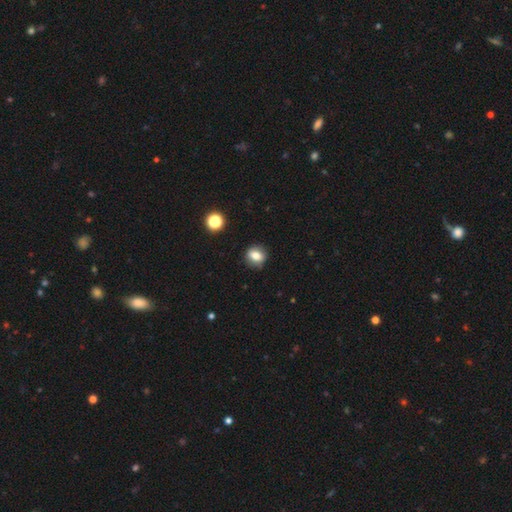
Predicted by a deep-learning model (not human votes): This appears to be a smooth galaxy with no disk features (75%) that is round (65%). Merging: none (87%).